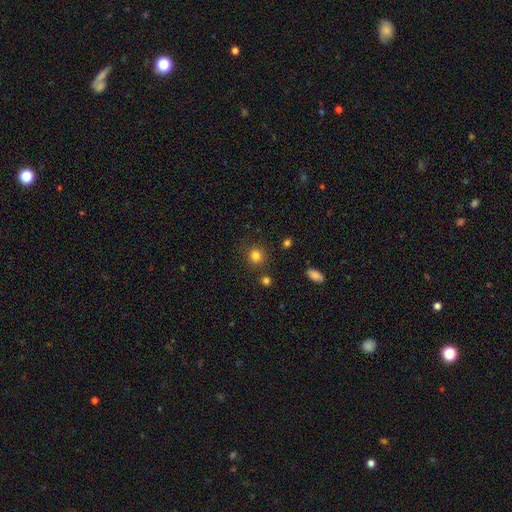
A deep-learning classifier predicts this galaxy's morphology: Smooth or featured? smooth (81%)
How rounded? round (89%)
Merging? none (85%)